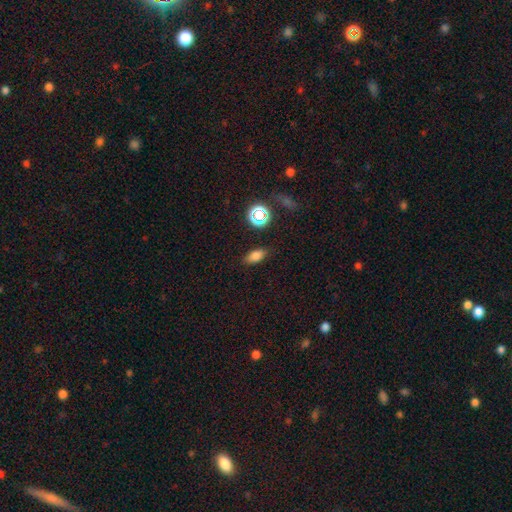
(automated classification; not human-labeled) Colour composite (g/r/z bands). It shows a smooth galaxy with no disk features (77%) that is in between round and cigar-shaped (85%). Merging: none (83%).